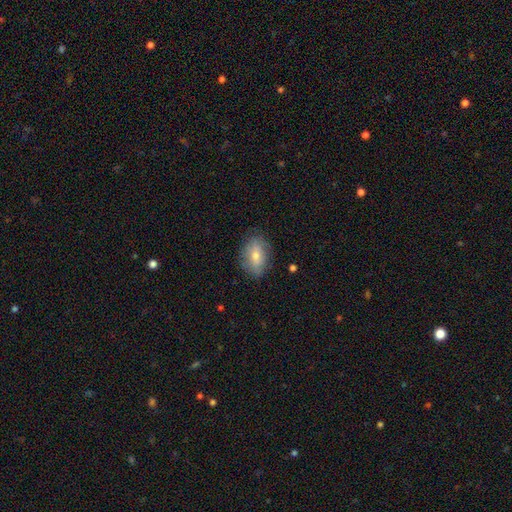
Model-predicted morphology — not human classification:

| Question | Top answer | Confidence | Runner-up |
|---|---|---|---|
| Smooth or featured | smooth | 66% | featured or disk (26%) |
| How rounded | in between | 82% | round (16%) |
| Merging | none | 78% | minor disturbance (17%) |